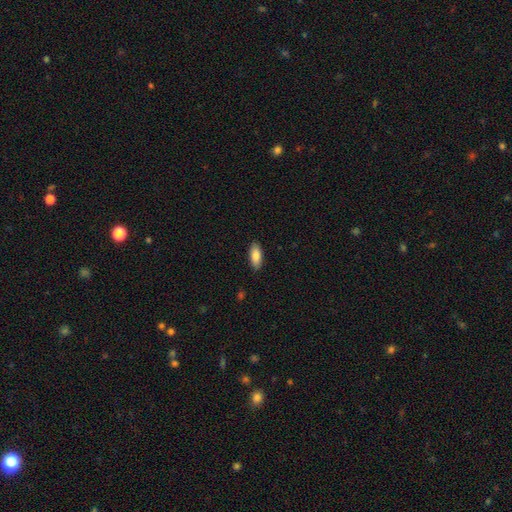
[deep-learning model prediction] A smooth galaxy with no disk features (87%) that is in between round and cigar-shaped (81%).

Vote fractions:
- Smooth or featured? smooth: 87% / featured or disk: 7% / star or artifact: 6%
- How rounded? in between: 81% / cigar-shaped: 17% / round: 2%
- Merging? none: 89% / minor disturbance: 9% / major disturbance: 2% / merger: 1%